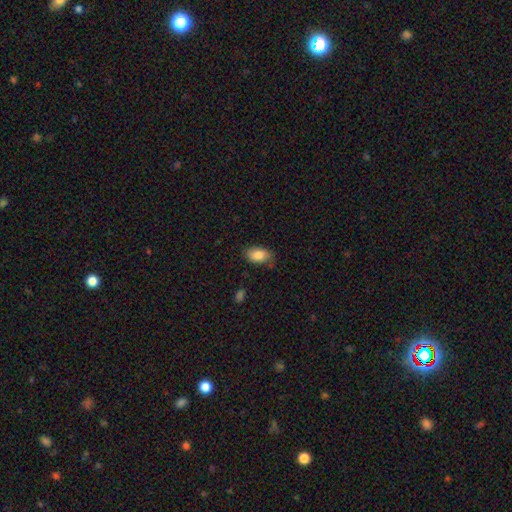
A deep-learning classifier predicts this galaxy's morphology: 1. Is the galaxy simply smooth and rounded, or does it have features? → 82% smooth, 10% featured or disk, 8% star or artifact.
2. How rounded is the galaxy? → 89% in between, 9% round, 2% cigar-shaped.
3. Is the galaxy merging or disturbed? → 77% none, 18% minor disturbance, 3% major disturbance, 2% merger.